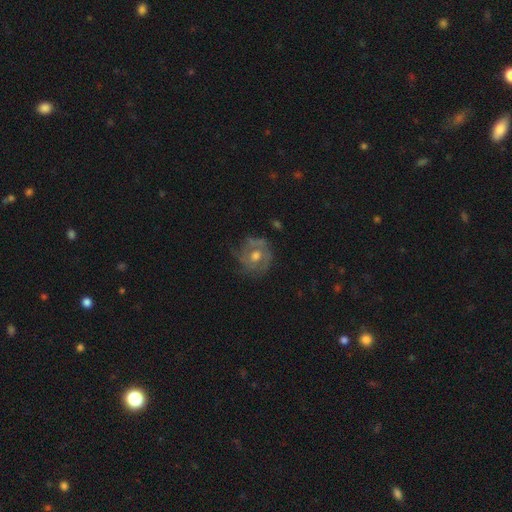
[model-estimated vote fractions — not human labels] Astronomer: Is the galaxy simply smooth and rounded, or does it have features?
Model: featured or disk — 66%.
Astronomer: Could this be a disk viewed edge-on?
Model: no — 97%.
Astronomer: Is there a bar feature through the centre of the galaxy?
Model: no — 81%.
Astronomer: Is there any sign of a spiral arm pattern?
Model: yes — 66%.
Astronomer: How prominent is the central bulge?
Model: moderate — 75%.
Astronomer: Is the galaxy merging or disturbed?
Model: none — 65%.